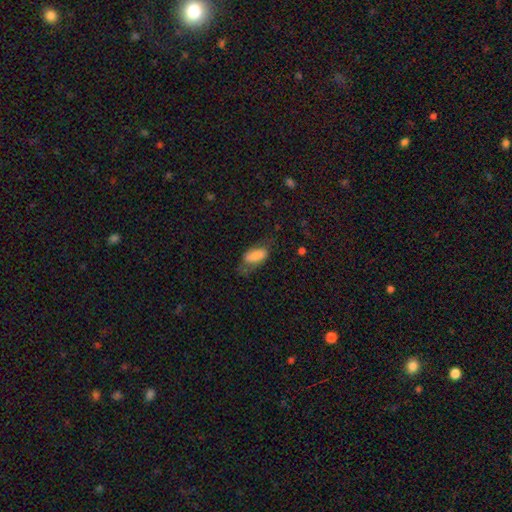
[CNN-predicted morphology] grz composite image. It shows a smooth galaxy with no disk features (70%) that is in between round and cigar-shaped (89%). Merging: none (44%).